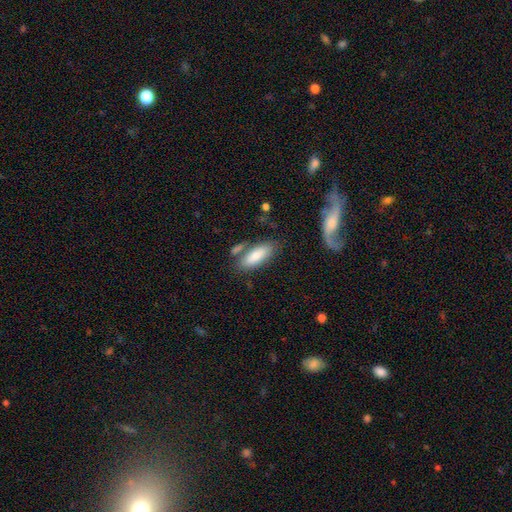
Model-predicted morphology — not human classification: A smooth galaxy with no disk features (80%) that is in between round and cigar-shaped (73%). Merging: none (66%).